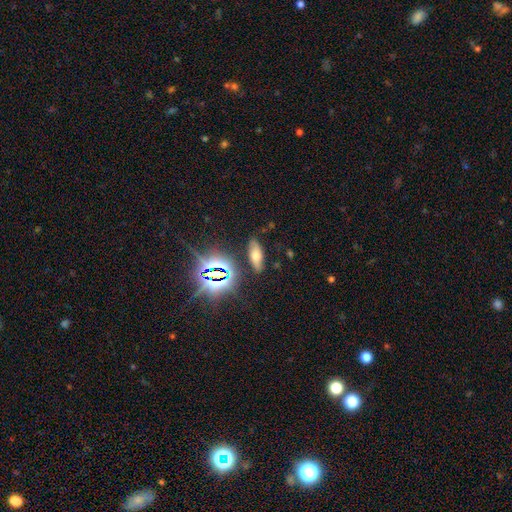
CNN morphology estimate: smooth-or-featured: smooth: 51% | star or artifact: 27% | featured or disk: 22%
  how-rounded: in between: 65% | cigar-shaped: 30% | round: 5%
  merging: none: 83% | minor disturbance: 11% | major disturbance: 3% | merger: 3%